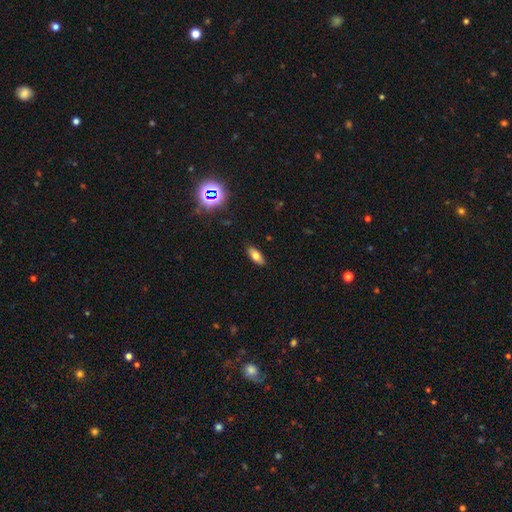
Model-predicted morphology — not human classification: This appears to be a smooth galaxy with no disk features (70%) that is in between round and cigar-shaped (83%). Merging: none (88%).